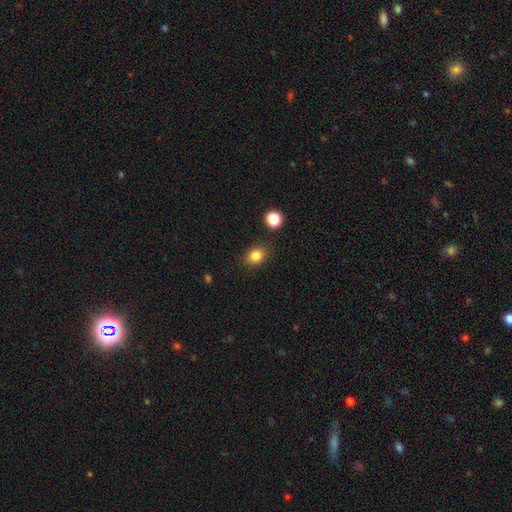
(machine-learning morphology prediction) This is clearly a smooth galaxy (84%). How rounded: possibly in between (54%). Merging: clearly none (83%).